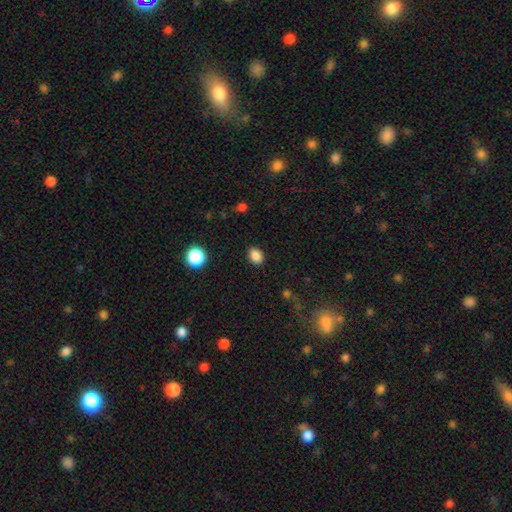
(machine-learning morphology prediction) smooth-or-featured: smooth: 86% | star or artifact: 10% | featured or disk: 3%
  how-rounded: in between: 64% | round: 35% | cigar-shaped: 1%
  merging: none: 87% | minor disturbance: 9% | major disturbance: 3% | merger: 1%